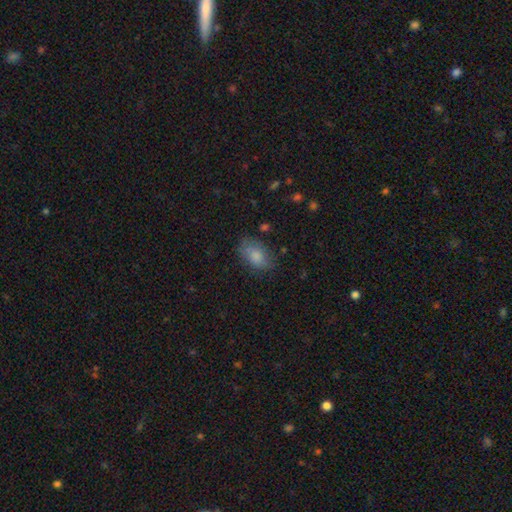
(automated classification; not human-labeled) Overall: smooth (82%). How rounded: in between (89%). Merging: none (71%).